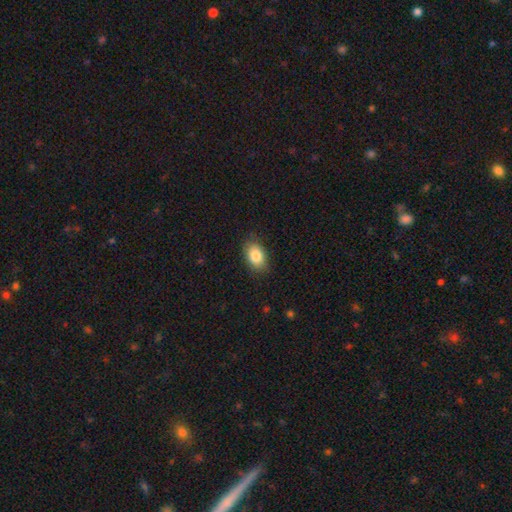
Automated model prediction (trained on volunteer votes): Smooth or featured? Predicted: smooth (p=0.85). How rounded? Predicted: in between (p=0.86). Merging? Predicted: none (p=0.84).